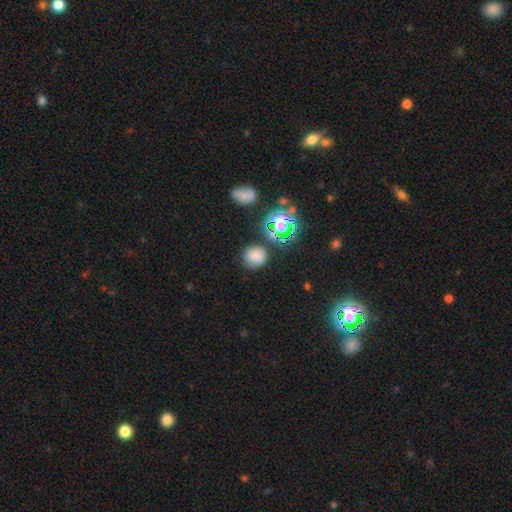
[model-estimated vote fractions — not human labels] smooth 72%, star or artifact 20%, featured or disk 9%. Down the decision tree: how rounded — round (81%); merging — none (74%).